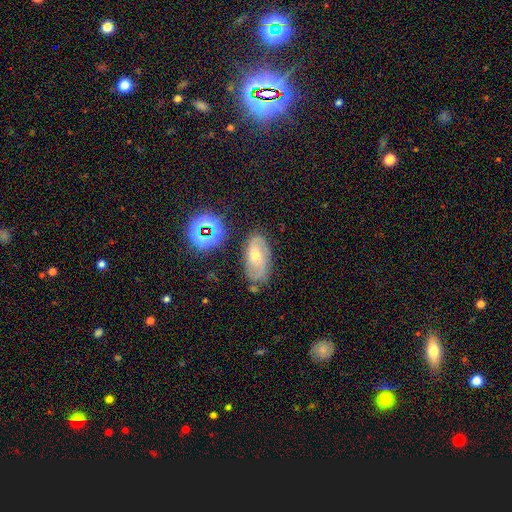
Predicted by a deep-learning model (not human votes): smooth-or-featured: featured or disk: 59% | smooth: 24% | star or artifact: 17%
  disk-edge-on: no: 92% | yes: 8%
    bar: no: 57% | weak: 33% | strong: 10%
    has-spiral-arms: yes: 85% | no: 15%
    bulge-size: small: 51% | moderate: 44% | large: 2% | none: 1% | dominant: 1%
  merging: none: 71% | minor disturbance: 20% | major disturbance: 5% | merger: 3%